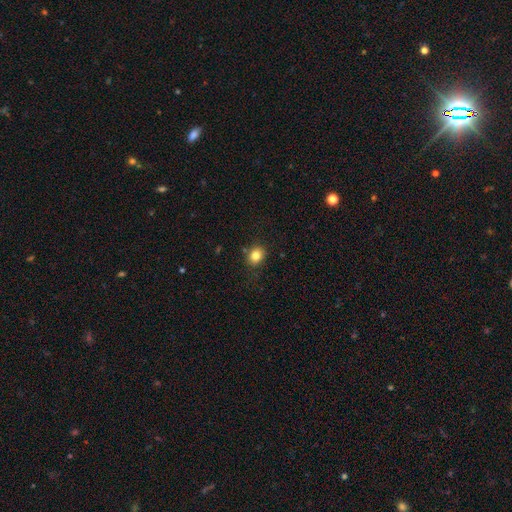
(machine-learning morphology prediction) A smooth galaxy with no disk features (82%) that is round (60%). Merging: none (83%).